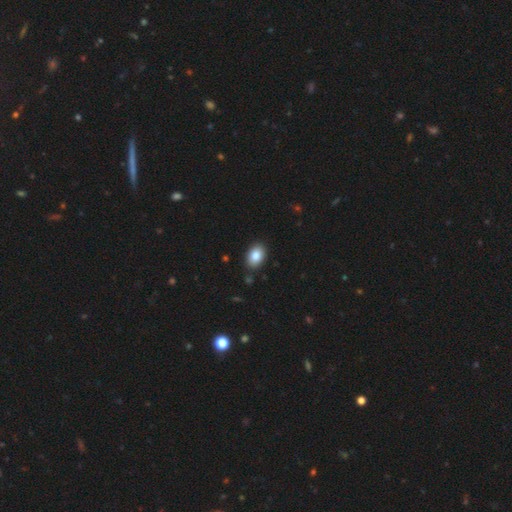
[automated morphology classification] Smooth or featured: smooth — 87% (star or artifact — 7%)
How rounded: in between — 87% (round — 12%)
Merging: none — 87% (minor disturbance — 10%)